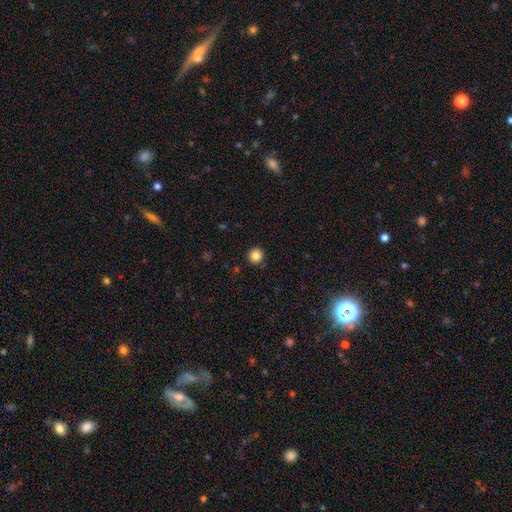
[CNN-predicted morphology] Smooth or featured?
  - smooth: 84% *
  - star or artifact: 11%
  - featured or disk: 5%
How rounded?
  - round: 95% *
  - in between: 4%
  - cigar-shaped: 1%
Merging?
  - none: 92% *
  - minor disturbance: 5%
  - major disturbance: 2%
  - merger: 1%